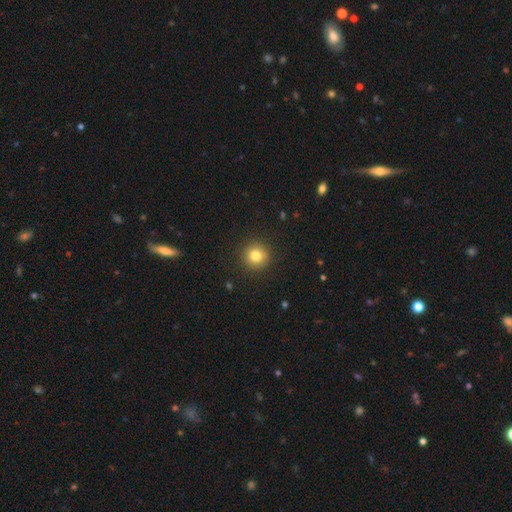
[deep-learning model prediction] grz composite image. It shows a smooth galaxy with no disk features (81%) that is round (93%). Merging: none (91%).